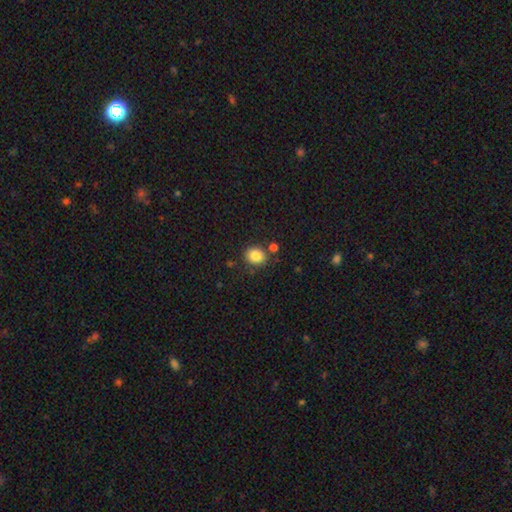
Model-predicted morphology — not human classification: This appears to be a smooth galaxy with no disk features (85%) that is round (65%). Merging: none (78%).